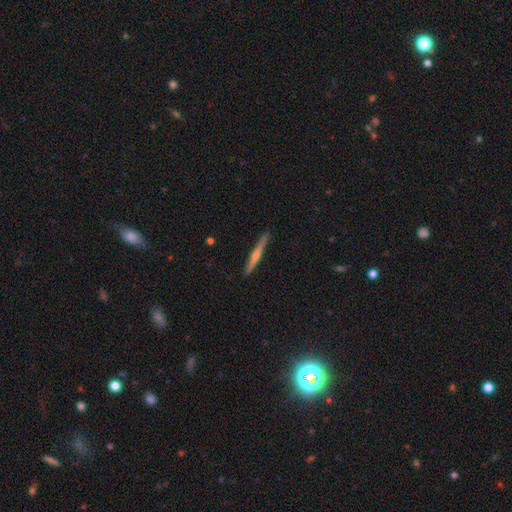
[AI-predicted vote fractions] A featured or disk galaxy (71%) viewed edge-on (98%) with a rounded central bulge (80%). Merging: none (91%).